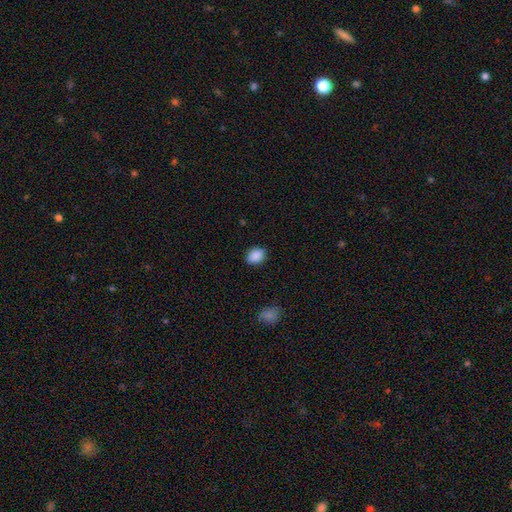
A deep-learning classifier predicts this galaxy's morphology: This is clearly a smooth galaxy (89%). How rounded: likely in between (64%). Merging: clearly none (87%).